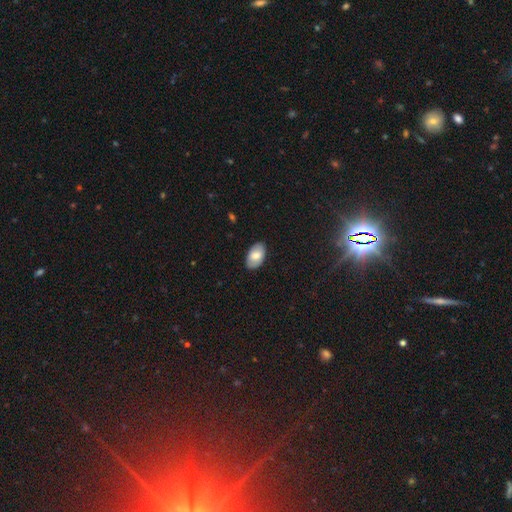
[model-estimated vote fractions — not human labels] Smooth or featured: smooth — 74% (featured or disk — 19%)
How rounded: in between — 94% (round — 5%)
Merging: none — 86% (minor disturbance — 11%)